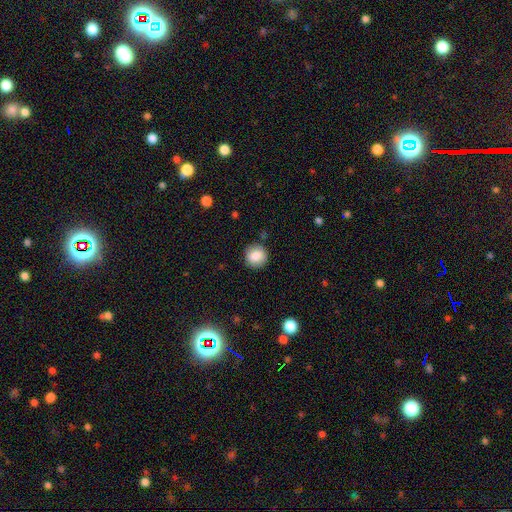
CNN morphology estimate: Smooth or featured? smooth (81%)
How rounded? round (90%)
Merging? none (87%)